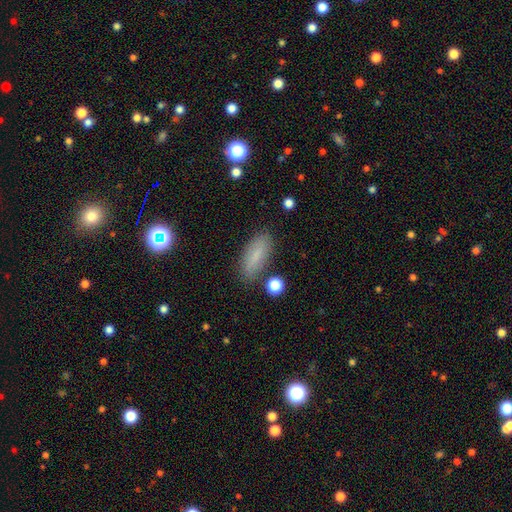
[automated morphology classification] Smooth or featured? smooth (76%)
How rounded? in between (70%)
Merging? none (83%)